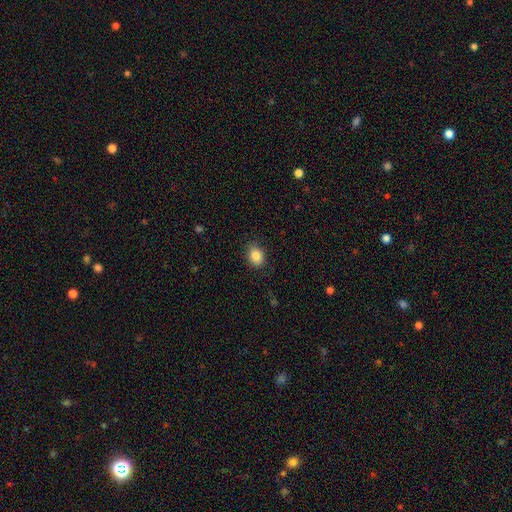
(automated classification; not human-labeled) The model was most divided on "how rounded": in between: 61%, round: 38%, cigar-shaped: 1%. More confident: merging — none (87%); smooth or featured — smooth (85%).